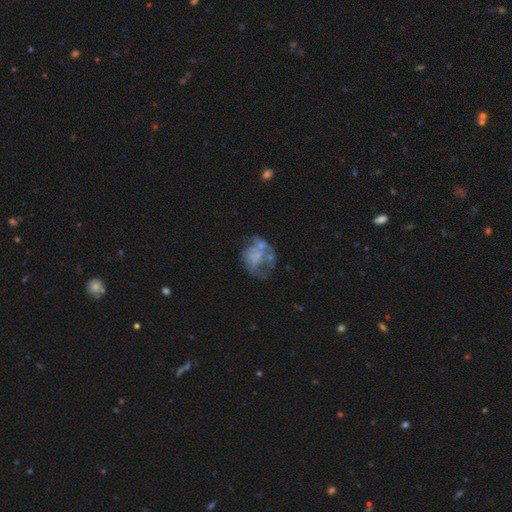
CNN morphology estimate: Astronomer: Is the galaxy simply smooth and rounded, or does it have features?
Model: featured or disk — 63%.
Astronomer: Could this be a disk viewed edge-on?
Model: no — 98%.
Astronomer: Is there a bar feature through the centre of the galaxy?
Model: no — 85%.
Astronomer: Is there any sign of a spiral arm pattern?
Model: no — 74%.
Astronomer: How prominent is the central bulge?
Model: none — 68%.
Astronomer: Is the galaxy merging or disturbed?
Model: none — 37% (runner-up: major disturbance, 33%).